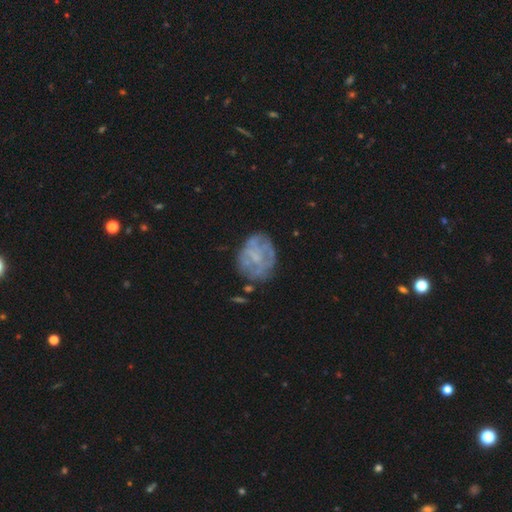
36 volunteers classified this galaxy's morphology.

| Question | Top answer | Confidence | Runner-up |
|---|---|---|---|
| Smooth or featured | featured or disk | 58% | smooth (36%) |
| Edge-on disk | no | 95% | yes (5%) |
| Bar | no | 75% | strong (15%) |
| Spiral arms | no | 95% | yes (5%) |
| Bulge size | none | 45% | small (30%) |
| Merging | none | 71% | minor disturbance (21%) |